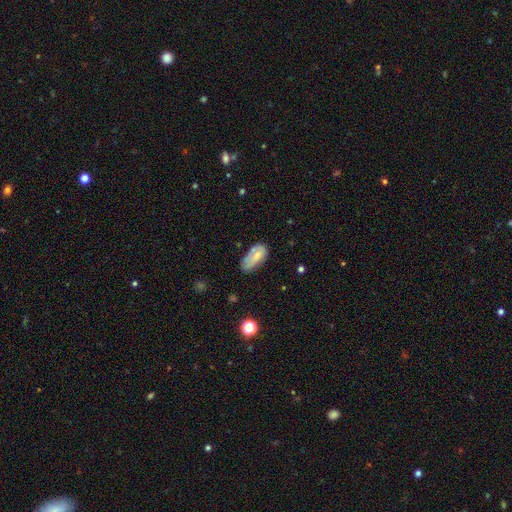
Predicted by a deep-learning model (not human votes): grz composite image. It shows a smooth galaxy with no disk features (68%) that is in between round and cigar-shaped (89%). Merging: none (47%).